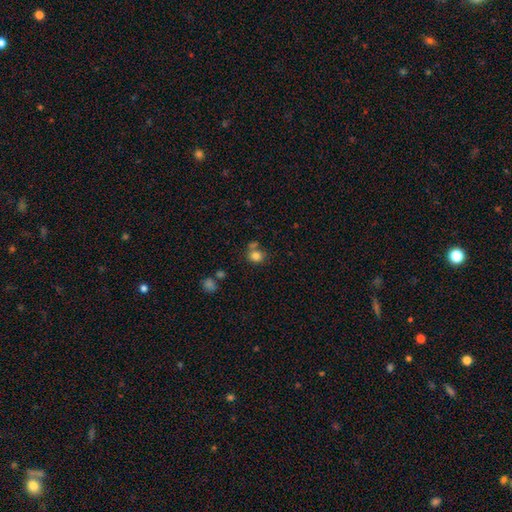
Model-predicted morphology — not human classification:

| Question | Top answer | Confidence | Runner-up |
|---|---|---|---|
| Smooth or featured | smooth | 81% | star or artifact (12%) |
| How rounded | round | 76% | in between (23%) |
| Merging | none | 60% | merger (22%) |